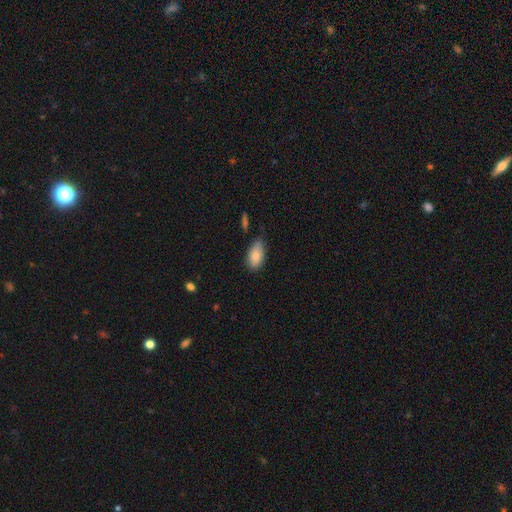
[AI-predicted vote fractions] This is clearly a smooth galaxy (85%). How rounded: clearly in between (92%). Merging: likely none (74%).